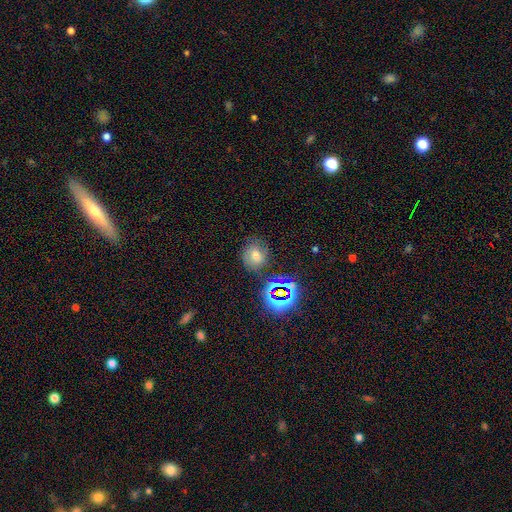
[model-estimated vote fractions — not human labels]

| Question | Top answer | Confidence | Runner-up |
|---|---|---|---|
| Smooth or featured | smooth | 45% | star or artifact (33%) |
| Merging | none | 75% | minor disturbance (15%) |